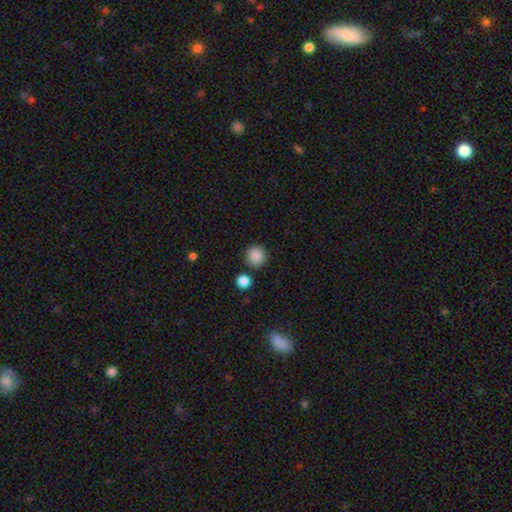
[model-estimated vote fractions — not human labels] smooth_or_featured: smooth (p=0.87) [alt: star or artifact p=0.10]
how_rounded: round (p=0.93) [alt: in between p=0.06]
merging: none (p=0.86) [alt: minor disturbance p=0.07]